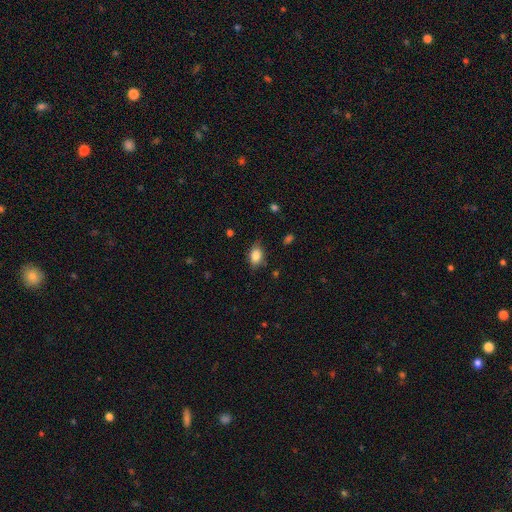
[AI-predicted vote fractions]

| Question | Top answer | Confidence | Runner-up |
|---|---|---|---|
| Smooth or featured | smooth | 84% | star or artifact (8%) |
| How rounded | in between | 81% | round (17%) |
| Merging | none | 77% | minor disturbance (18%) |